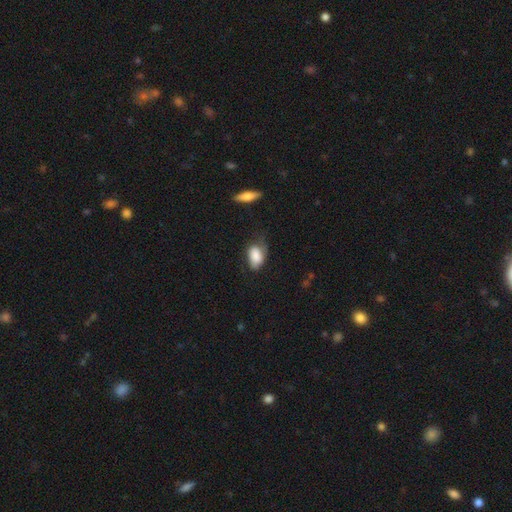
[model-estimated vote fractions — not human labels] The model was most divided on "merging": none: 45%, minor disturbance: 38%, major disturbance: 15%, merger: 3%. More confident: how rounded — in between (90%); smooth or featured — smooth (82%).